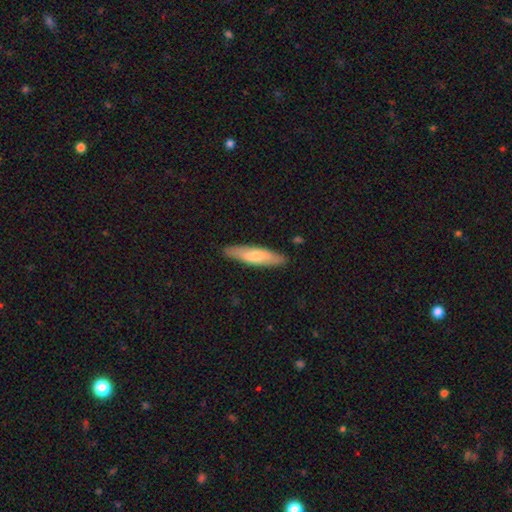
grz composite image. It shows a smooth galaxy with no disk features (68%) that is cigar-shaped (65%). Merging: none (84%).